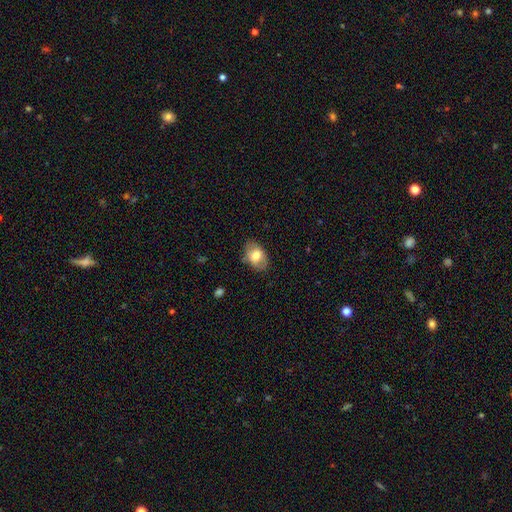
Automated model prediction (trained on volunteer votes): A smooth galaxy with no disk features (69%) that is in between round and cigar-shaped (87%). Merging: none (76%).